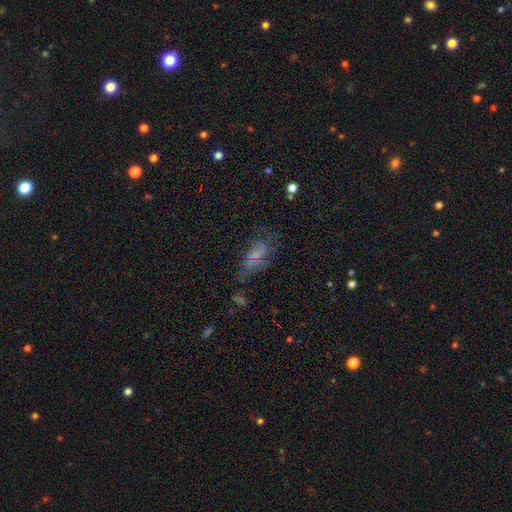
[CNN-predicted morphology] Q: Smooth or featured?
A: featured or disk (50%); runner-up: smooth (34%)
Q: Edge-on disk?
A: no (93%); runner-up: yes (7%)
Q: Merging?
A: none (40%); runner-up: major disturbance (32%)